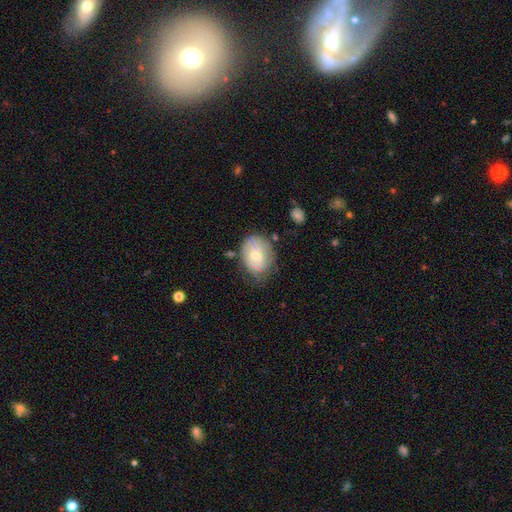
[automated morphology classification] Smooth or featured?
  - smooth: 51% *
  - featured or disk: 42%
  - star or artifact: 7%
How rounded?
  - in between: 64% *
  - round: 35%
  - cigar-shaped: 1%
Merging?
  - none: 56% *
  - minor disturbance: 28%
  - major disturbance: 11%
  - merger: 5%